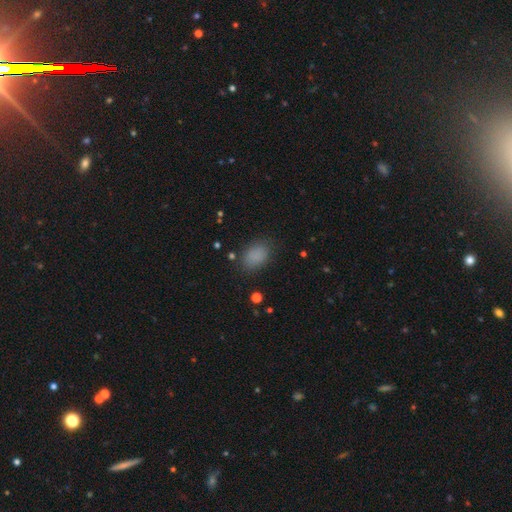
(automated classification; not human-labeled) Morphology: type=smooth (84%); roundness=in between (80%); merging=none (80%).